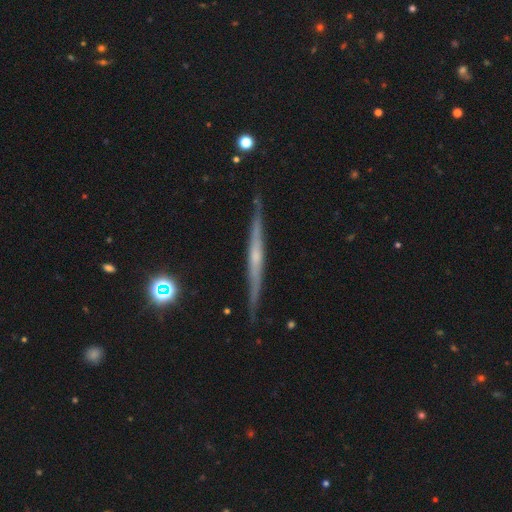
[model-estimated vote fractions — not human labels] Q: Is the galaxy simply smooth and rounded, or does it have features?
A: featured or disk — 74%.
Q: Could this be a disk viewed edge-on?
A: yes — 98%.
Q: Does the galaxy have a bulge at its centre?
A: none — 48%.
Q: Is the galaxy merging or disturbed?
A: none — 88%.